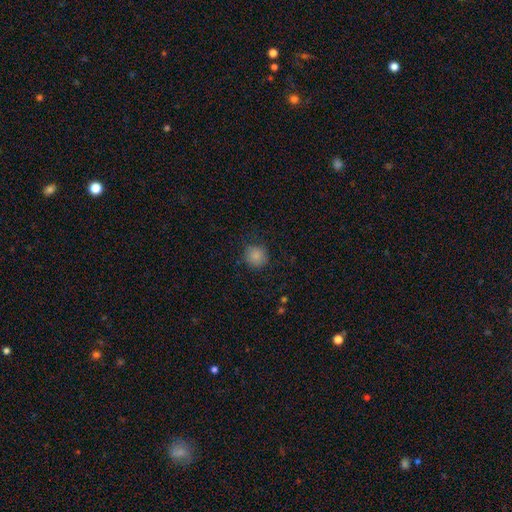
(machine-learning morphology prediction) smooth 85%, star or artifact 10%, featured or disk 5%. Down the decision tree: how rounded — round (91%); merging — none (83%).